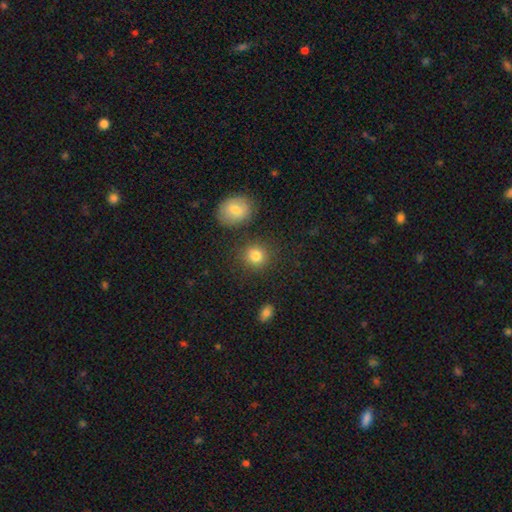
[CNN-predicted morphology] This appears to be a smooth galaxy with no disk features (82%) that is round (86%). Merging: none (82%).